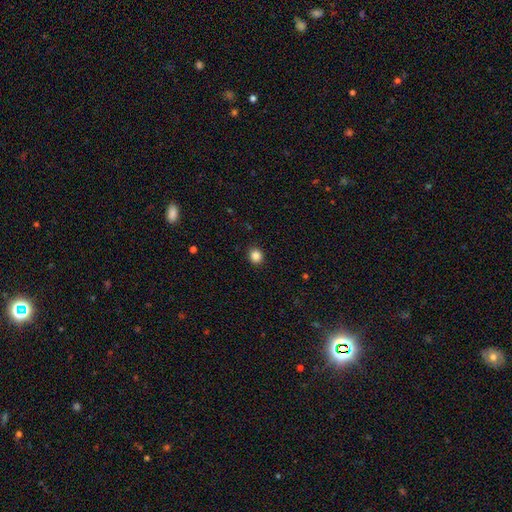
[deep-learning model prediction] smooth-or-featured: smooth: 85% | star or artifact: 11% | featured or disk: 4%
  how-rounded: round: 84% | in between: 15% | cigar-shaped: 1%
  merging: none: 92% | minor disturbance: 5% | major disturbance: 2% | merger: 1%